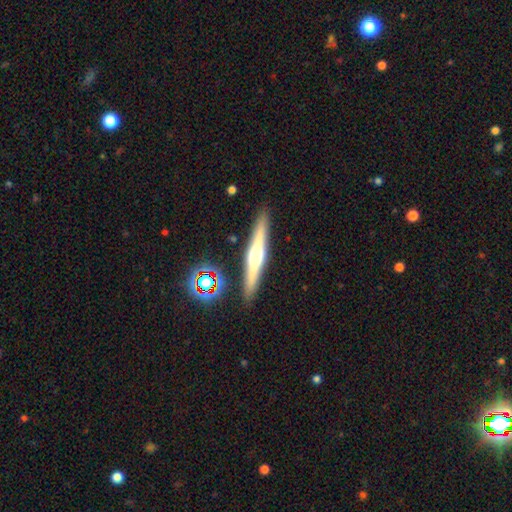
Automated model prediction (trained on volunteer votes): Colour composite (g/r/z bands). It shows a featured or disk galaxy (65%) viewed edge-on (97%) with a rounded central bulge (90%). Merging: none (90%).